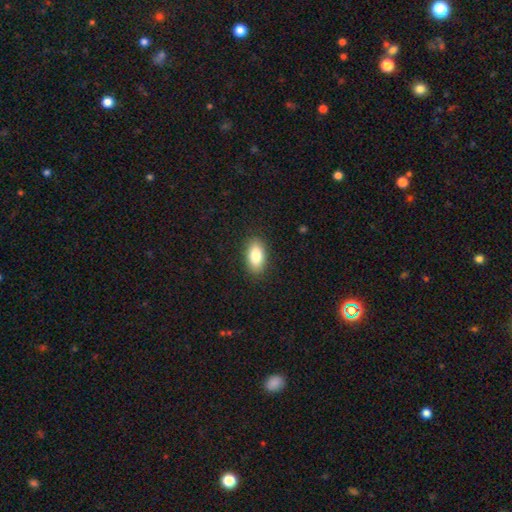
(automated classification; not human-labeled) Smooth or featured? smooth (84%)
How rounded? in between (92%)
Merging? none (88%)